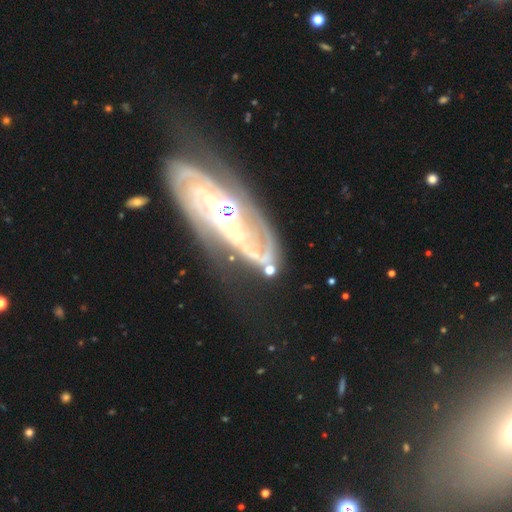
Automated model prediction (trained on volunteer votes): featured or disk 72%, smooth 15%, star or artifact 13%. Down the decision tree: edge-on disk — no (89%); bar — no (60%); spiral arms — yes (75%); bulge size — moderate (45%); merging — none (53%).